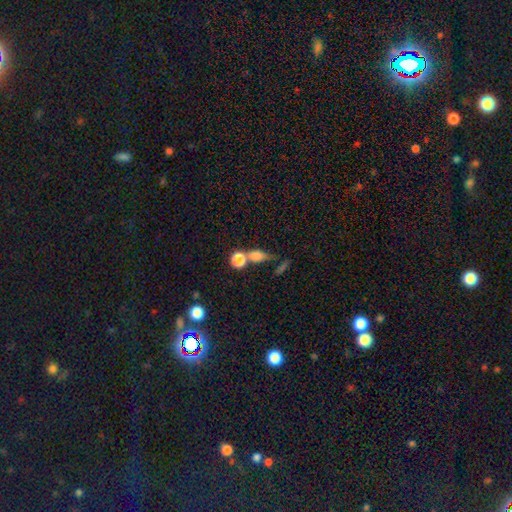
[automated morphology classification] Smooth or featured? Predicted: smooth (p=0.72). How rounded? Predicted: in between (p=0.46). Merging? Predicted: merger (p=0.43).